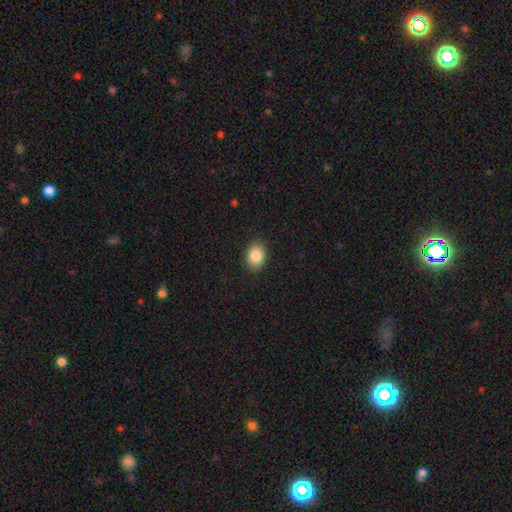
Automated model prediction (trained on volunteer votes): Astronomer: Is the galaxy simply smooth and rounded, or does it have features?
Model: smooth — 86%.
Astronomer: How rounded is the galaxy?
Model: in between — 69%.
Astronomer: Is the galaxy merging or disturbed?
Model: none — 89%.